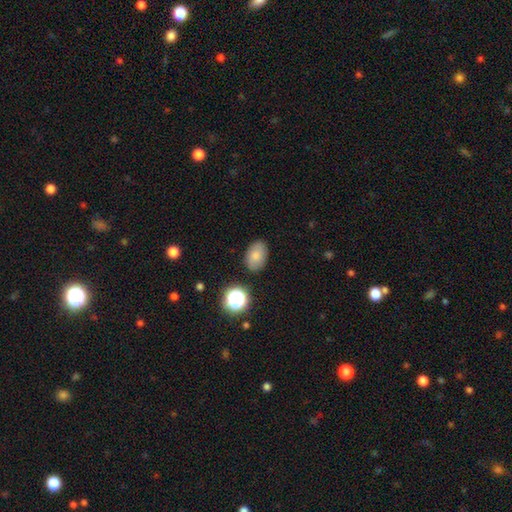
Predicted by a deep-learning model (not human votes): smooth_or_featured: smooth (p=0.78) [alt: featured or disk p=0.12]
how_rounded: in between (p=0.83) [alt: round p=0.16]
merging: none (p=0.82) [alt: minor disturbance p=0.13]